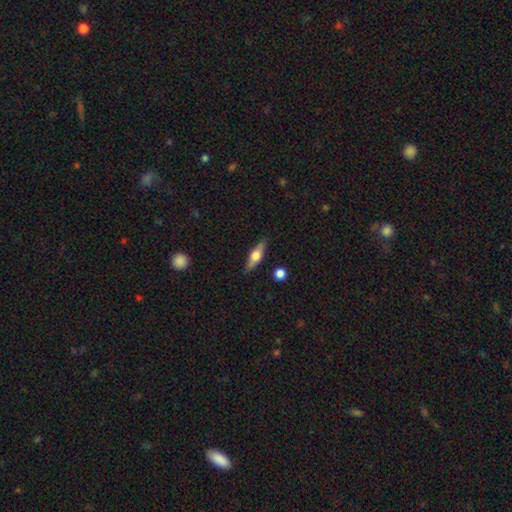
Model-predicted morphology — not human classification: A featured or disk galaxy (53%) viewed edge-on (93%).

Vote fractions:
- Smooth or featured? featured or disk: 53% / smooth: 40% / star or artifact: 6%
- Edge-on disk? yes: 93% / no: 7%
- Merging? none: 86% / minor disturbance: 10% / major disturbance: 2% / merger: 2%